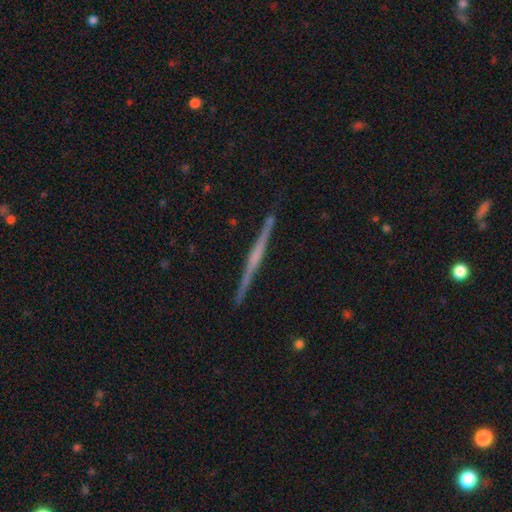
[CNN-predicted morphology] This is likely a featured or disk galaxy (76%). It is clearly viewed edge-on (98%). Edge-on bulge: possibly none (46%). Merging: clearly none (91%).